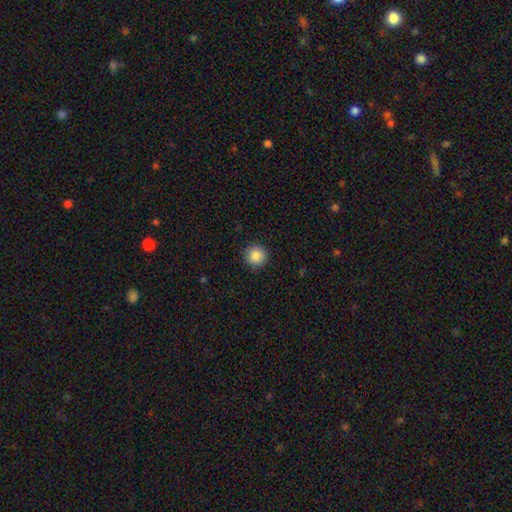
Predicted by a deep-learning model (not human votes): Smooth or featured? Predicted: smooth (p=0.87). How rounded? Predicted: round (p=0.95). Merging? Predicted: none (p=0.92).